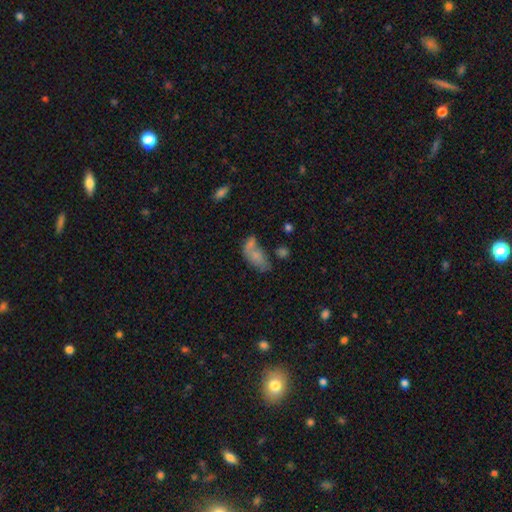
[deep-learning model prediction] Q: Smooth or featured?
A: smooth (66%); runner-up: featured or disk (23%)
Q: How rounded?
A: in between (88%); runner-up: round (6%)
Q: Merging?
A: merger (39%); runner-up: none (28%)